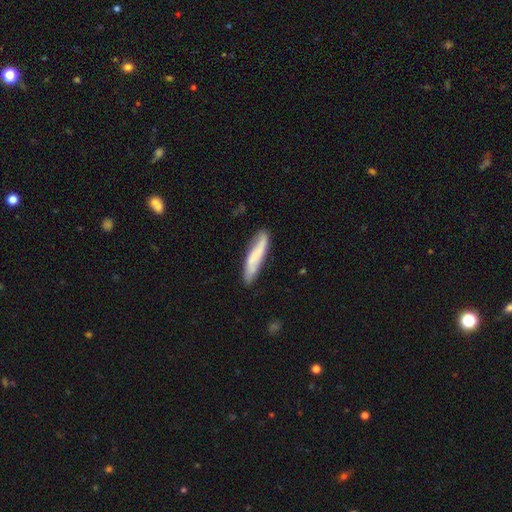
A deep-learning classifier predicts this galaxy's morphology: Smooth or featured: smooth — 56% (featured or disk — 38%)
How rounded: cigar-shaped — 83% (in between — 16%)
Merging: none — 73% (minor disturbance — 20%)